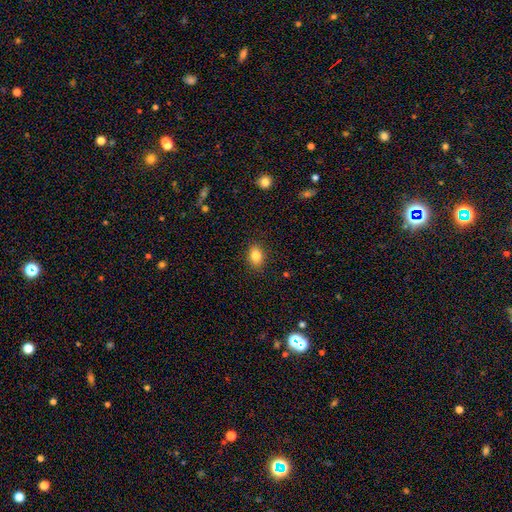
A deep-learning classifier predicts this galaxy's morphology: Smooth or featured?
  - smooth: 83% *
  - star or artifact: 9%
  - featured or disk: 8%
How rounded?
  - in between: 73% *
  - round: 25%
  - cigar-shaped: 1%
Merging?
  - none: 88% *
  - minor disturbance: 9%
  - major disturbance: 2%
  - merger: 1%